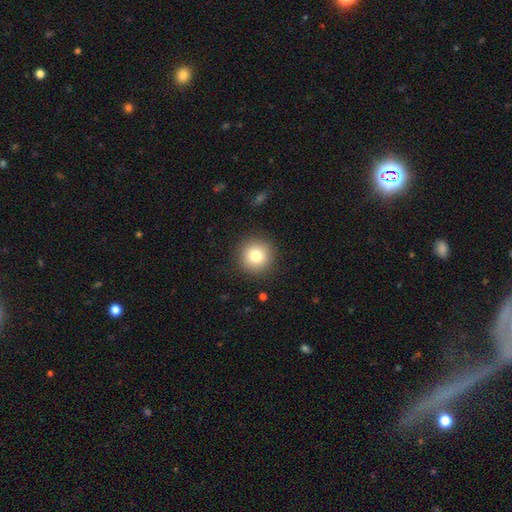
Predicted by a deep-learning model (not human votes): smooth 81%, star or artifact 10%, featured or disk 9%. Down the decision tree: how rounded — round (94%); merging — none (90%).